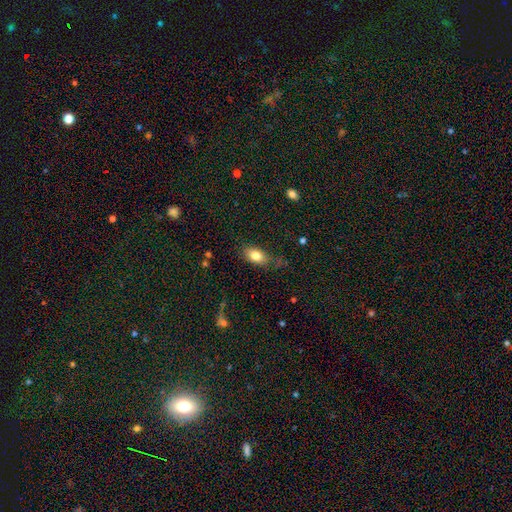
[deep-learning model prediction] Smooth or featured? smooth (82%)
How rounded? in between (88%)
Merging? none (68%)